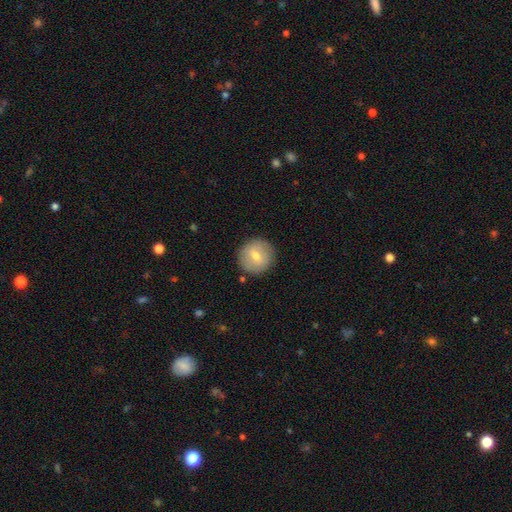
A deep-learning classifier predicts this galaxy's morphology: A smooth galaxy with no disk features (62%) that is round (94%).

Vote fractions:
- Smooth or featured? smooth: 62% / featured or disk: 29% / star or artifact: 8%
- How rounded? round: 94% / in between: 5% / cigar-shaped: 1%
- Merging? none: 89% / minor disturbance: 8% / major disturbance: 2% / merger: 1%